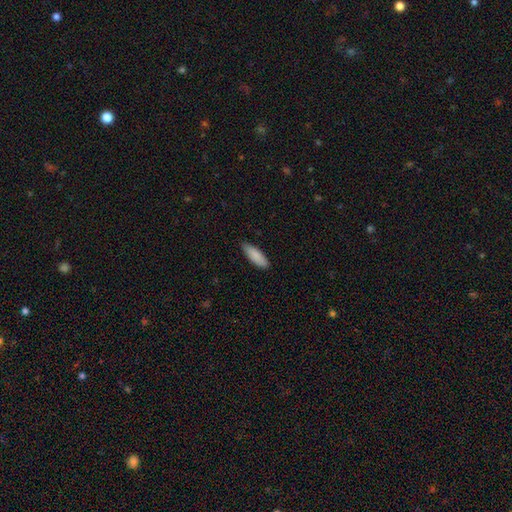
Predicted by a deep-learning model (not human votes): Overall: smooth (88%). How rounded: in between (61%; cigar-shaped 38%). Merging: none (83%).